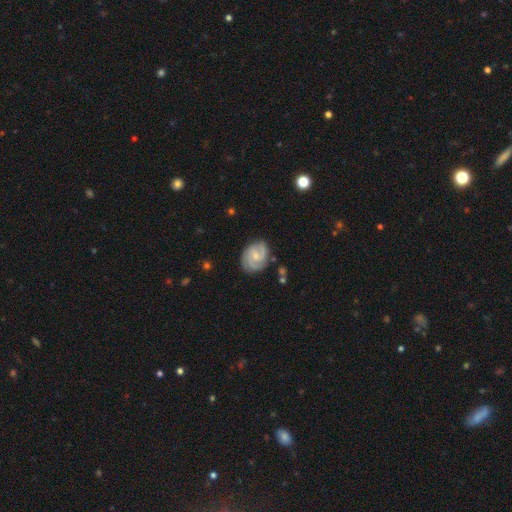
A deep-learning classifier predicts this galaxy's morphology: featured or disk 80%, smooth 15%, star or artifact 5%. Down the decision tree: edge-on disk — no (98%); bar — no (53%); spiral arms — yes (96%); spiral arm count — 2 (55%); spiral winding — tight (49%); bulge size — small (57%); merging — none (76%).